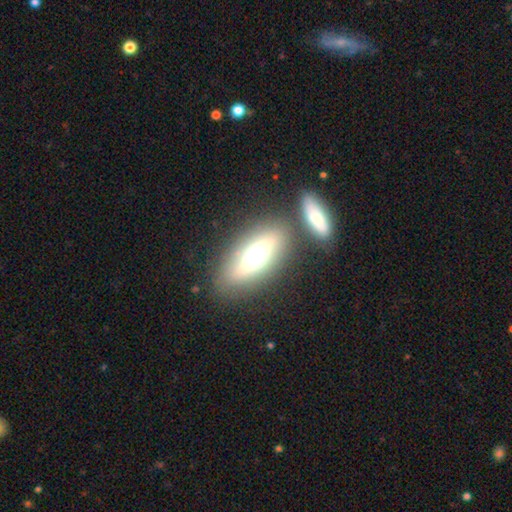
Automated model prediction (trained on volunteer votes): Smooth or featured? Predicted: smooth (p=0.55). How rounded? Predicted: in between (p=0.73). Merging? Predicted: none (p=0.70).